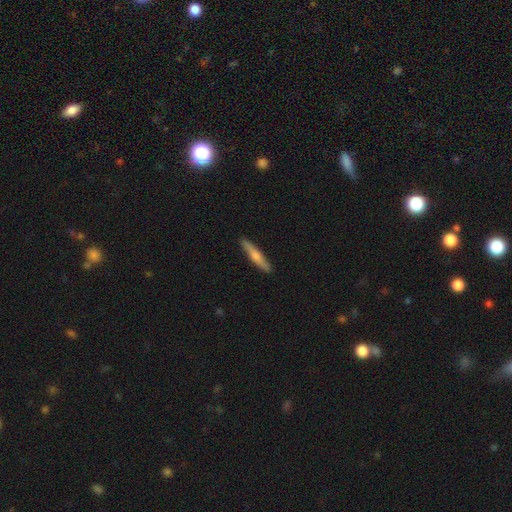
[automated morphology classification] Smooth or featured?
  - smooth: 58% *
  - featured or disk: 36%
  - star or artifact: 5%
How rounded?
  - cigar-shaped: 91% *
  - in between: 7%
  - round: 2%
Merging?
  - none: 90% *
  - minor disturbance: 8%
  - major disturbance: 1%
  - merger: 1%